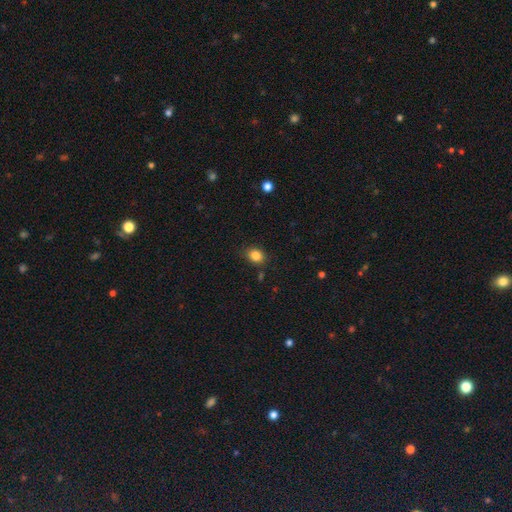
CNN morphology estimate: Smooth or featured?
  - smooth: 84% *
  - star or artifact: 11%
  - featured or disk: 5%
How rounded?
  - round: 51% *
  - in between: 48%
  - cigar-shaped: 1%
Merging?
  - none: 81% *
  - minor disturbance: 14%
  - major disturbance: 3%
  - merger: 2%